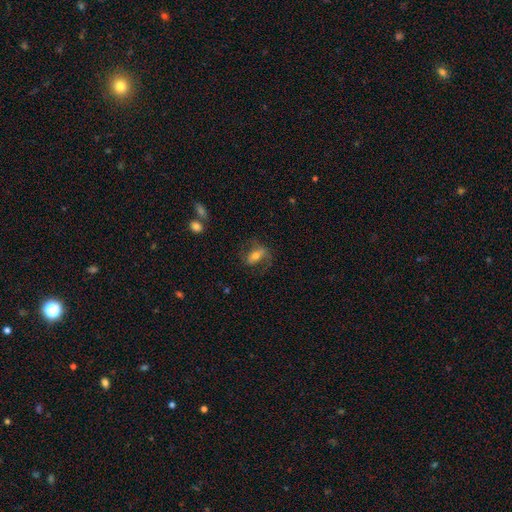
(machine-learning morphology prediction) Smooth or featured?
  - featured or disk: 51% *
  - smooth: 41%
  - star or artifact: 8%
Edge-on disk?
  - no: 85% *
  - yes: 15%
Merging?
  - none: 61% *
  - minor disturbance: 19%
  - major disturbance: 18%
  - merger: 2%